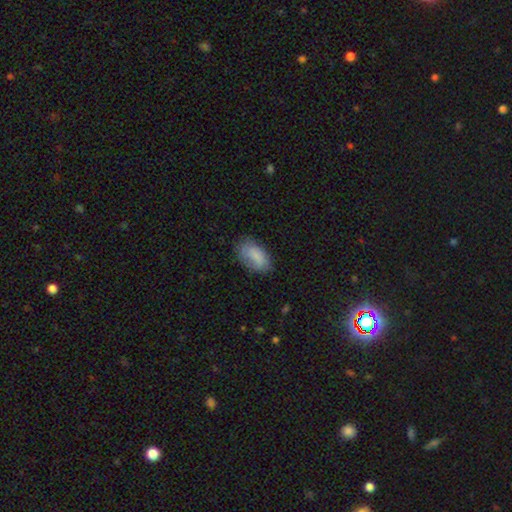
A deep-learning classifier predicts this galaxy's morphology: This is clearly a smooth galaxy (81%). How rounded: clearly in between (93%). Merging: likely none (69%).